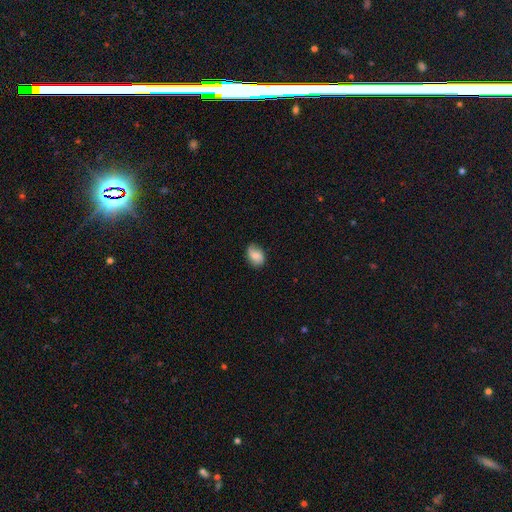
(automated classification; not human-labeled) Smooth or featured? smooth (67%)
How rounded? in between (75%)
Merging? none (72%)